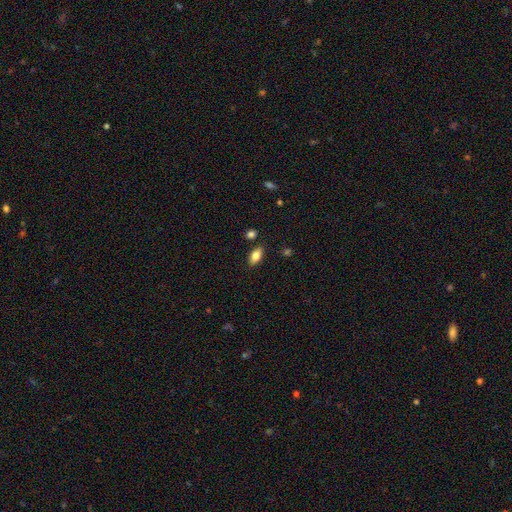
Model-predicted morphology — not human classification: Smooth or featured: smooth — 79% (featured or disk — 13%)
How rounded: in between — 90% (cigar-shaped — 6%)
Merging: none — 84% (minor disturbance — 11%)